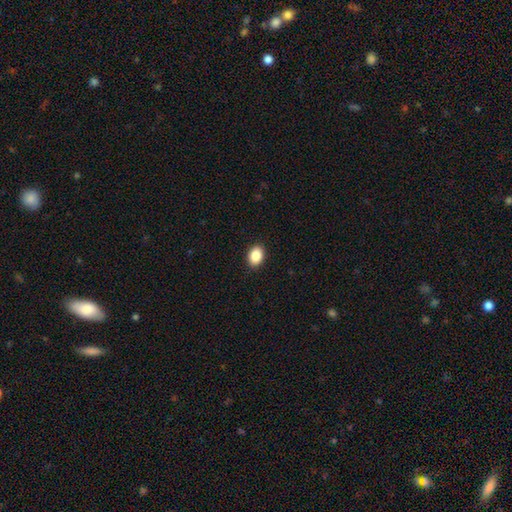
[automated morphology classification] smooth 88%, star or artifact 8%, featured or disk 4%. Down the decision tree: how rounded — in between (77%); merging — none (91%).